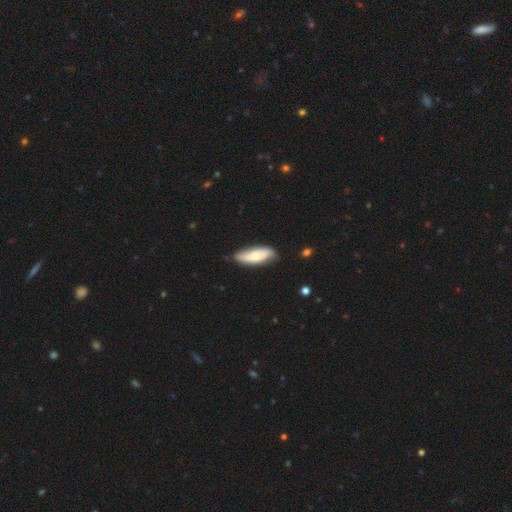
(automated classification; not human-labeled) A smooth galaxy with no disk features (63%) that is in between round and cigar-shaped (63%).

Vote fractions:
- Smooth or featured? smooth: 63% / featured or disk: 31% / star or artifact: 6%
- How rounded? in between: 63% / cigar-shaped: 36% / round: 2%
- Merging? none: 75% / minor disturbance: 20% / major disturbance: 3% / merger: 2%